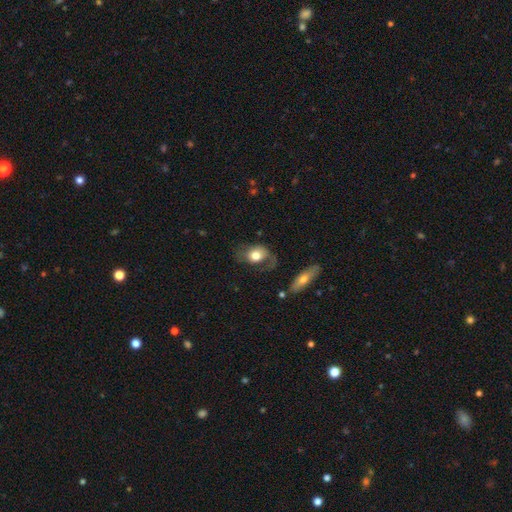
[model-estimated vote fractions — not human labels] Morphology: type=smooth (62%); roundness=in between (70%); merging=none (36%).